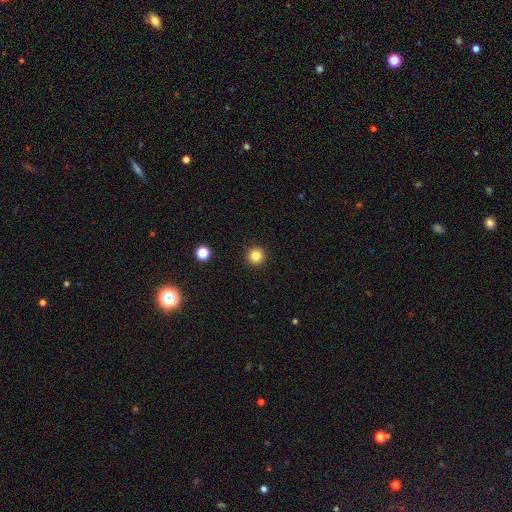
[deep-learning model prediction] Smooth or featured: smooth — 84% (star or artifact — 12%)
How rounded: round — 96% (in between — 3%)
Merging: none — 93% (minor disturbance — 4%)